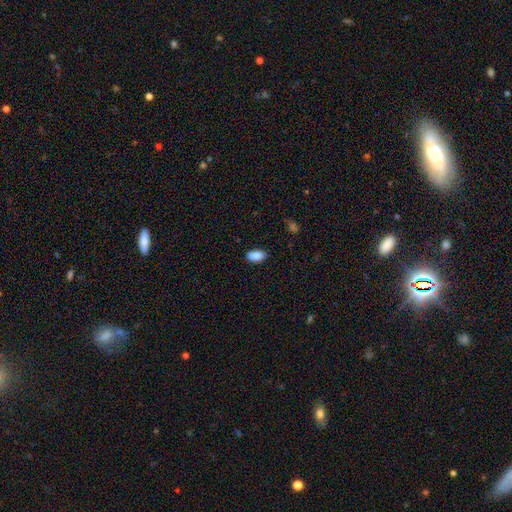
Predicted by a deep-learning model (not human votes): Smooth or featured?
  - smooth: 89% *
  - star or artifact: 7%
  - featured or disk: 4%
How rounded?
  - in between: 92% *
  - cigar-shaped: 5%
  - round: 3%
Merging?
  - none: 85% *
  - minor disturbance: 12%
  - major disturbance: 2%
  - merger: 1%